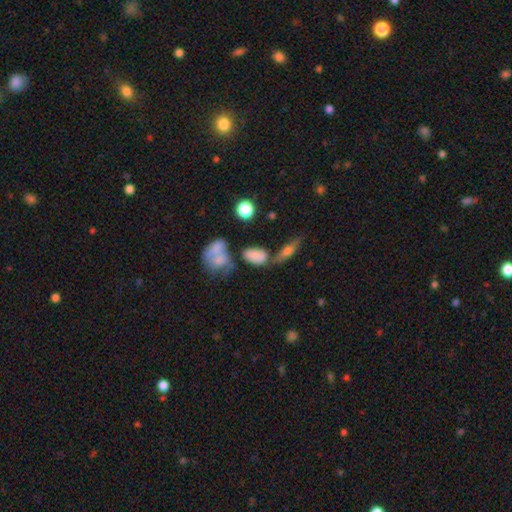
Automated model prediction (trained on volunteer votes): Smooth or featured: smooth — 73% (featured or disk — 16%)
How rounded: in between — 86% (round — 10%)
Merging: none — 52% (merger — 20%)